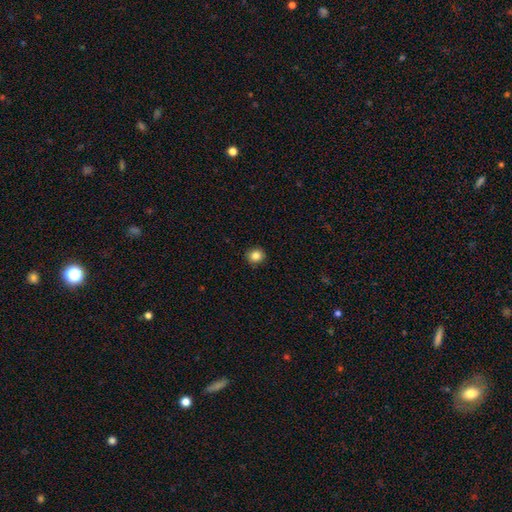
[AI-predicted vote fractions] Smooth or featured?
  - smooth: 84% *
  - star or artifact: 11%
  - featured or disk: 5%
How rounded?
  - round: 88% *
  - in between: 11%
  - cigar-shaped: 1%
Merging?
  - none: 91% *
  - minor disturbance: 6%
  - major disturbance: 2%
  - merger: 1%